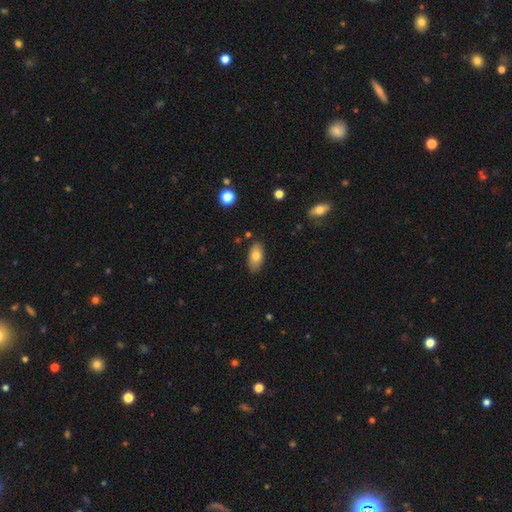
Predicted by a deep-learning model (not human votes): This is likely a smooth galaxy (77%). How rounded: clearly in between (92%). Merging: clearly none (84%).